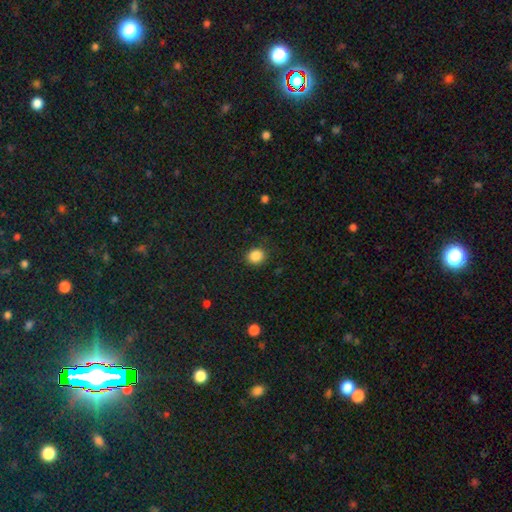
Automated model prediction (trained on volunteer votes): A smooth galaxy with no disk features (87%) that is round (77%). Merging: none (87%).